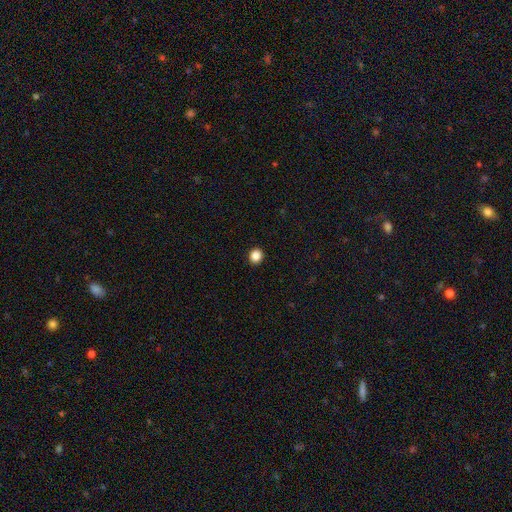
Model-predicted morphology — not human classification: smooth 87%, star or artifact 10%, featured or disk 3%. Down the decision tree: how rounded — round (83%); merging — none (93%).